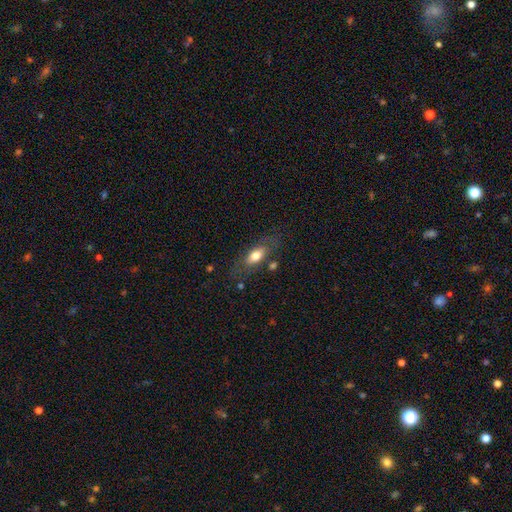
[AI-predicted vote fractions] smooth_or_featured: smooth (p=0.71) [alt: featured or disk p=0.22]
how_rounded: in between (p=0.82) [alt: cigar-shaped p=0.14]
merging: none (p=0.72) [alt: minor disturbance p=0.16]